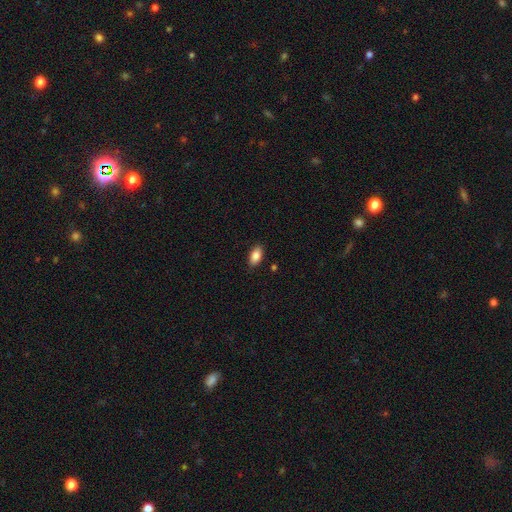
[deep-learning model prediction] smooth 86%, star or artifact 7%, featured or disk 6%. Down the decision tree: how rounded — in between (92%); merging — none (88%).